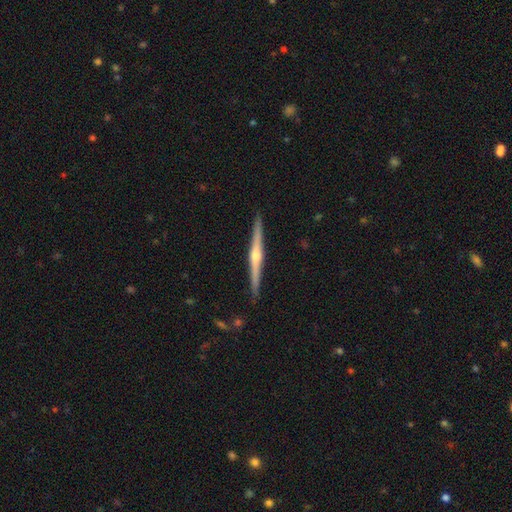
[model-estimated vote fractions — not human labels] smooth_or_featured: featured or disk (p=0.84) [alt: smooth p=0.11]
disk_edge_on: yes (p=0.99) [alt: no p=0.01]
edge_on_bulge: rounded (p=0.88) [alt: none p=0.06]
merging: none (p=0.91) [alt: minor disturbance p=0.06]